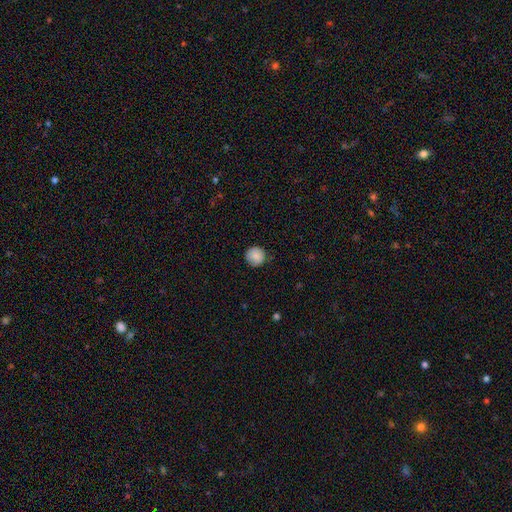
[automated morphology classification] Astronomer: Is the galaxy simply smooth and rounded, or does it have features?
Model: smooth — 86%.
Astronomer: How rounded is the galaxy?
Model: round — 94%.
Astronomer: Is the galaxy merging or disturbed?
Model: none — 86%.